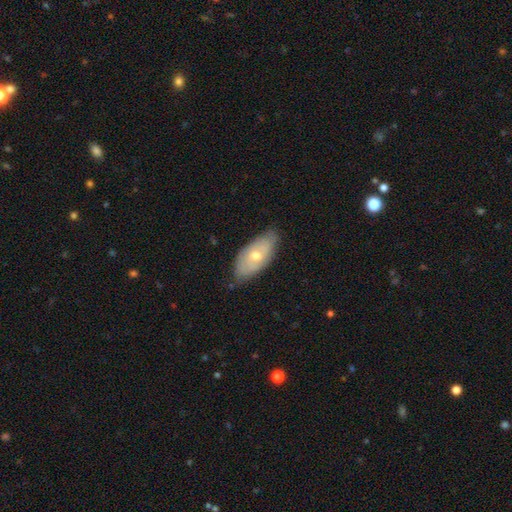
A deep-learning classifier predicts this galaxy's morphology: Overall: smooth (49%; featured or disk 44%). Merging: none (73%).